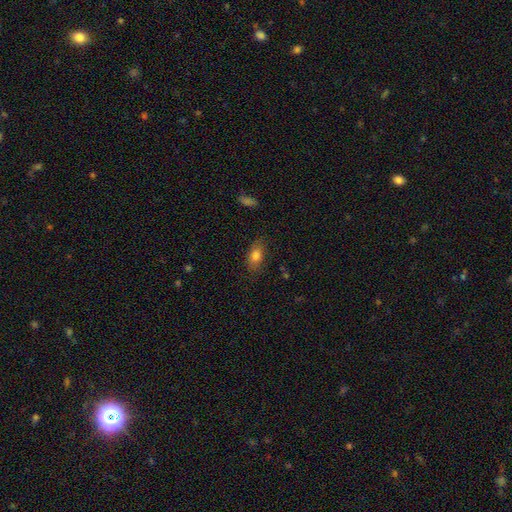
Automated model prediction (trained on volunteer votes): A smooth galaxy with no disk features (80%) that is in between round and cigar-shaped (85%). Merging: none (79%).